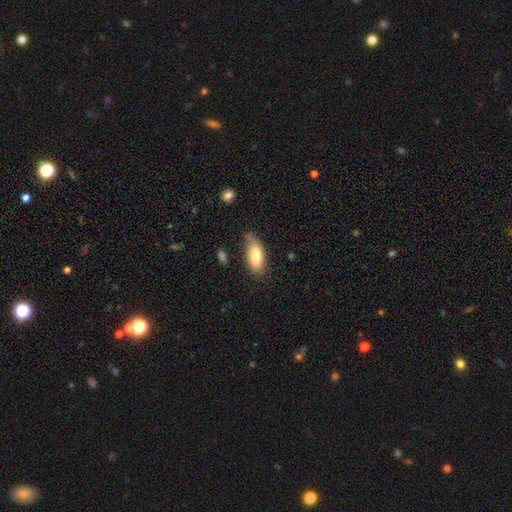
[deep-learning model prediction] Overall: smooth (79%). How rounded: in between (90%). Merging: none (58%; minor disturbance 28%).